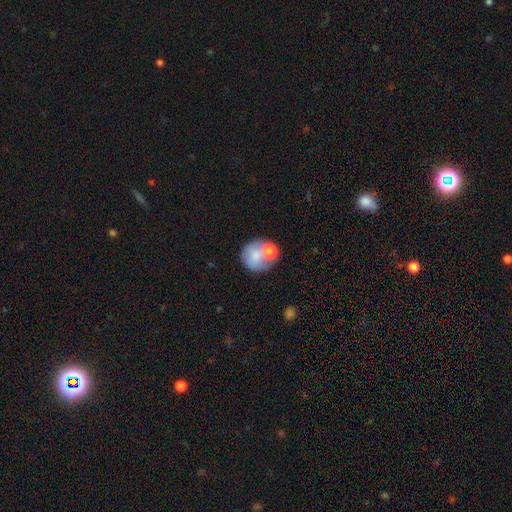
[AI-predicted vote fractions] Smooth or featured? Predicted: smooth (p=0.69). How rounded? Predicted: round (p=0.81). Merging? Predicted: none (p=0.41).